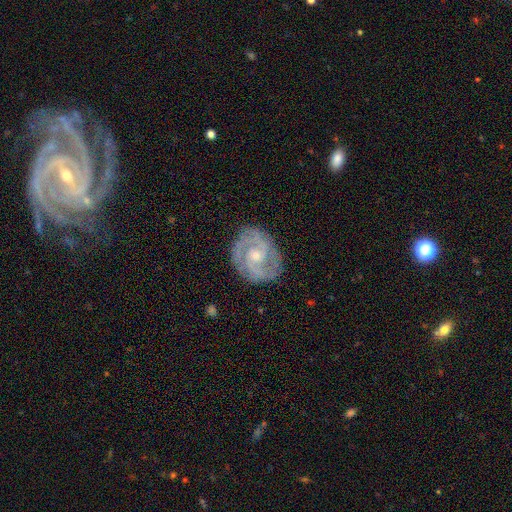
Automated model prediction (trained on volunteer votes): This appears to be a featured or disk galaxy (89%) with no bar (58%), 2 (65%) tight (55%) spiral arms (97%) and a small central bulge (50%). Merging: none (81%).